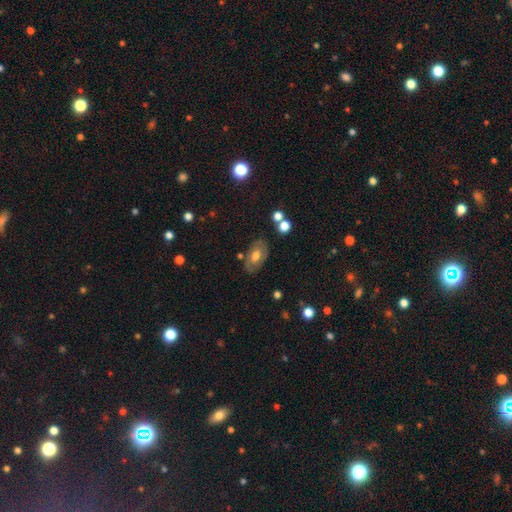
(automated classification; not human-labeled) This appears to be a featured or disk galaxy (49%). Merging: none (75%).